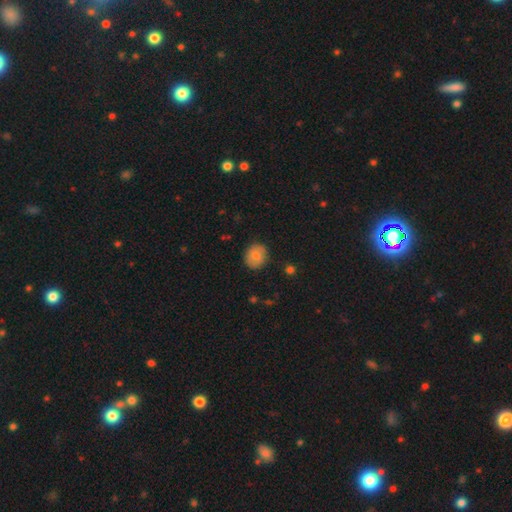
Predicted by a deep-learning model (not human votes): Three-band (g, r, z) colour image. It shows a smooth galaxy with no disk features (79%) that is round (74%). Merging: none (84%).